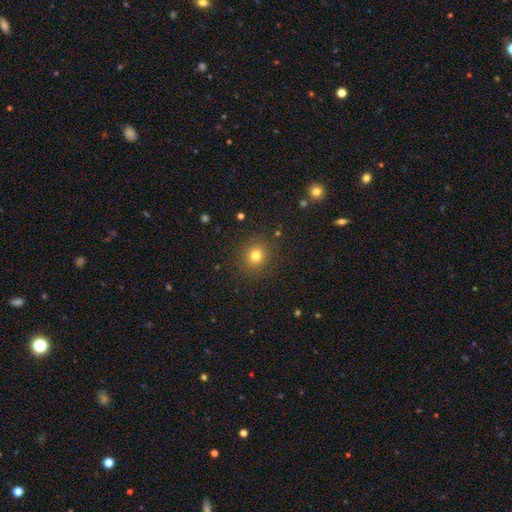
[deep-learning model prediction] A smooth galaxy with no disk features (78%) that is round (90%). Merging: none (89%).